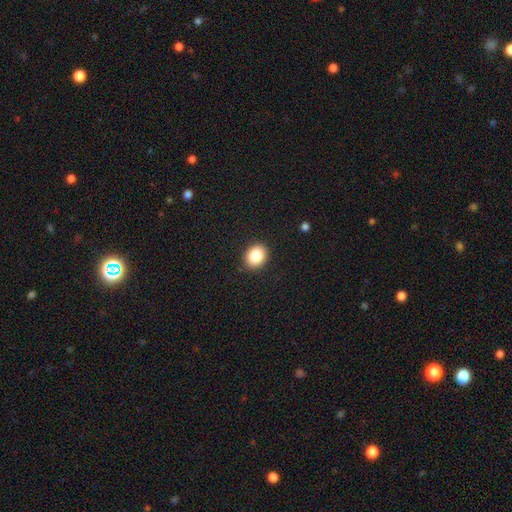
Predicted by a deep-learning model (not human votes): This is clearly a smooth galaxy (85%). How rounded: possibly round (53%). Merging: clearly none (89%).